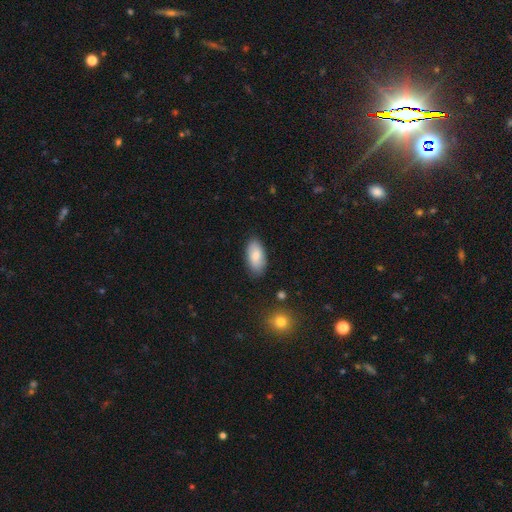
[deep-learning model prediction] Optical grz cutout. It shows a smooth galaxy with no disk features (81%) that is in between round and cigar-shaped (93%). Merging: none (85%).